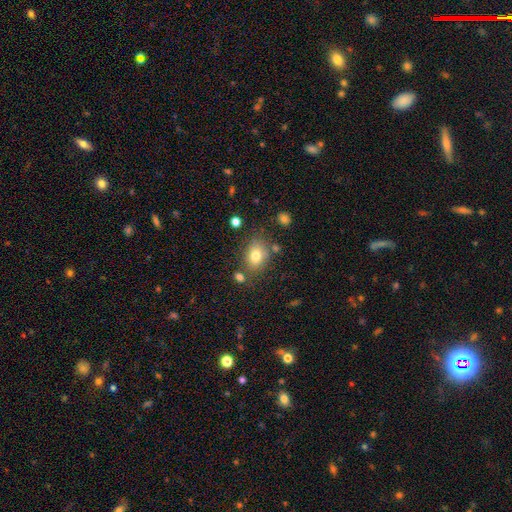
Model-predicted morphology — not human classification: Smooth or featured: smooth — 77% (star or artifact — 12%)
How rounded: in between — 60% (round — 38%)
Merging: none — 72% (minor disturbance — 15%)